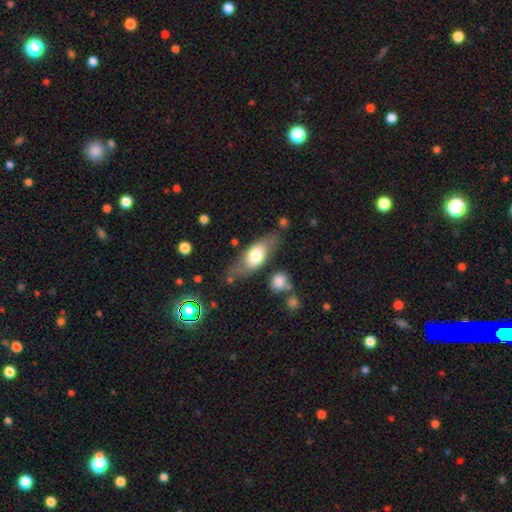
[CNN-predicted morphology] Q: Smooth or featured?
A: smooth (61%); runner-up: featured or disk (33%)
Q: How rounded?
A: in between (76%); runner-up: cigar-shaped (20%)
Q: Merging?
A: none (65%); runner-up: minor disturbance (21%)